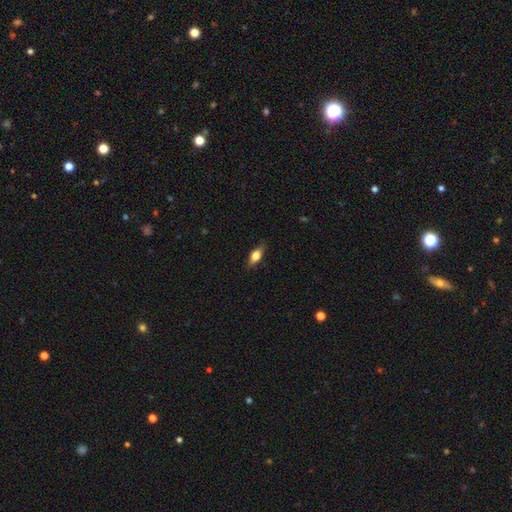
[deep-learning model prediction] This appears to be a smooth galaxy with no disk features (64%) that is in between round and cigar-shaped (72%). Merging: none (83%).